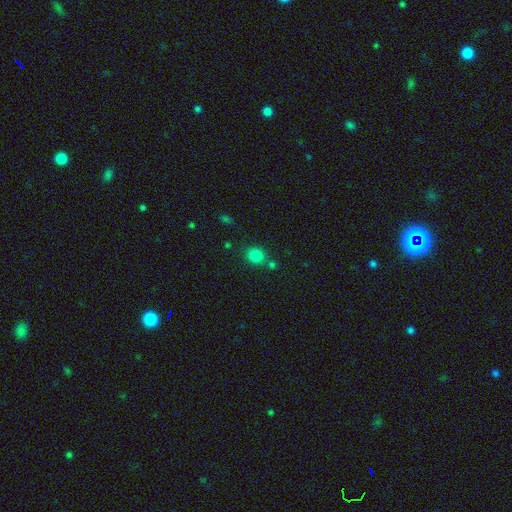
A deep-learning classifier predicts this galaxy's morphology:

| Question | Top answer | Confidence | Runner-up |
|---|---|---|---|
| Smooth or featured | smooth | 83% | star or artifact (12%) |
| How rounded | round | 76% | in between (23%) |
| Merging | none | 70% | merger (17%) |